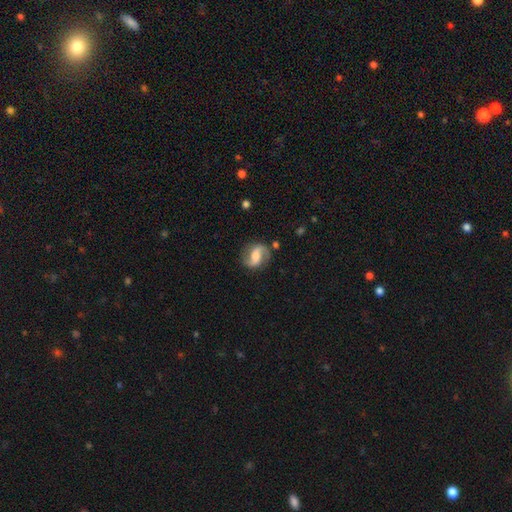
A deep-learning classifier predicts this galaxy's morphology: smooth-or-featured: featured or disk: 75% | smooth: 18% | star or artifact: 6%
  disk-edge-on: no: 97% | yes: 3%
    bar: weak: 41% | strong: 33% | no: 26%
    has-spiral-arms: yes: 93% | no: 7%
      spiral-winding: loose: 48% | medium: 39% | tight: 13%
      spiral-arm-count: 2: 89% | 1: 4% | can't tell: 3% | 3: 1% | 4: 1% | more than 4: 1%
    bulge-size: moderate: 51% | small: 24% | large: 16% | none: 7% | dominant: 2%
  merging: none: 78% | minor disturbance: 14% | major disturbance: 6% | merger: 2%